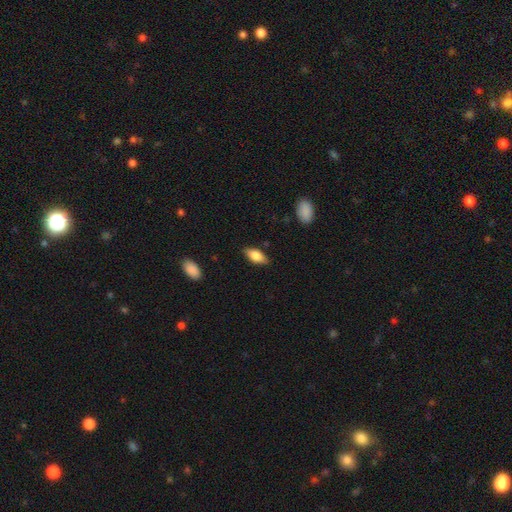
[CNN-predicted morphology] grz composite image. It shows a smooth galaxy with no disk features (77%) that is in between round and cigar-shaped (86%). Merging: none (84%).